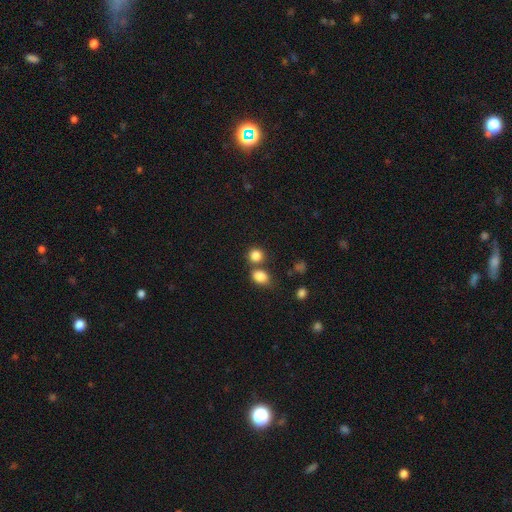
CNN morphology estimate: smooth-or-featured: smooth: 84% | star or artifact: 11% | featured or disk: 5%
  how-rounded: round: 77% | in between: 22% | cigar-shaped: 1%
  merging: none: 59% | merger: 29% | minor disturbance: 9% | major disturbance: 3%